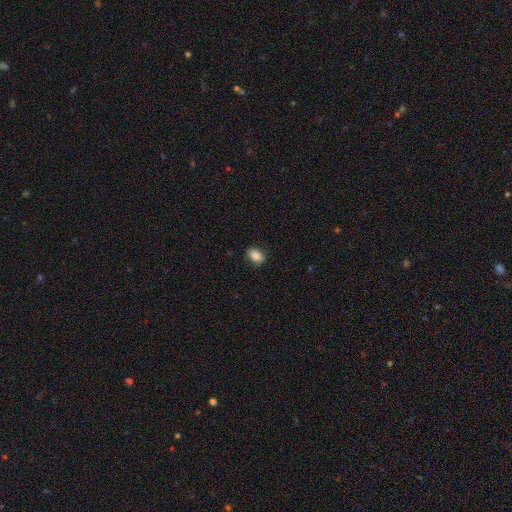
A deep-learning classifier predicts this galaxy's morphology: smooth_or_featured: smooth (p=0.84) [alt: star or artifact p=0.09]
how_rounded: in between (p=0.75) [alt: round p=0.24]
merging: none (p=0.85) [alt: minor disturbance p=0.11]